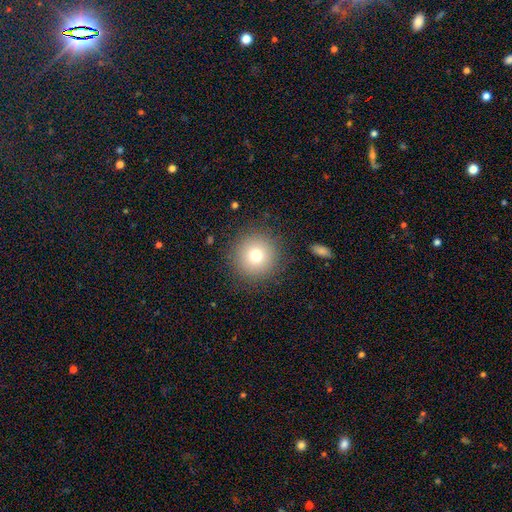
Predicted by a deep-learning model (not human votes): Smooth or featured?
  - smooth: 75% *
  - star or artifact: 13%
  - featured or disk: 12%
How rounded?
  - round: 95% *
  - in between: 4%
  - cigar-shaped: 1%
Merging?
  - none: 89% *
  - minor disturbance: 7%
  - major disturbance: 3%
  - merger: 1%